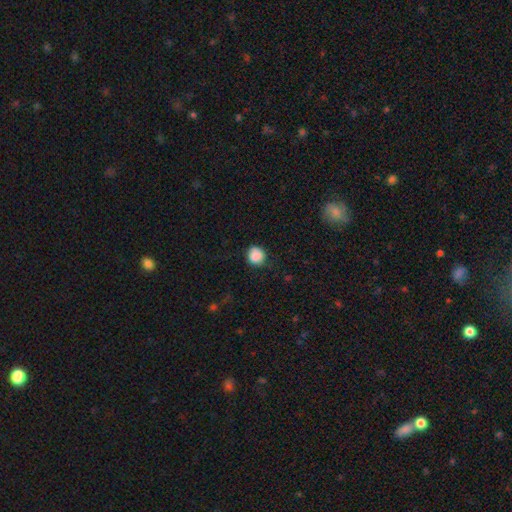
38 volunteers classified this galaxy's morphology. smooth-or-featured: smooth: 87% | star or artifact: 8% | featured or disk: 5%
  how-rounded: round: 97% | in between: 3% | cigar-shaped: 0%
  merging: none: 86% | minor disturbance: 9% | major disturbance: 3% | merger: 3%